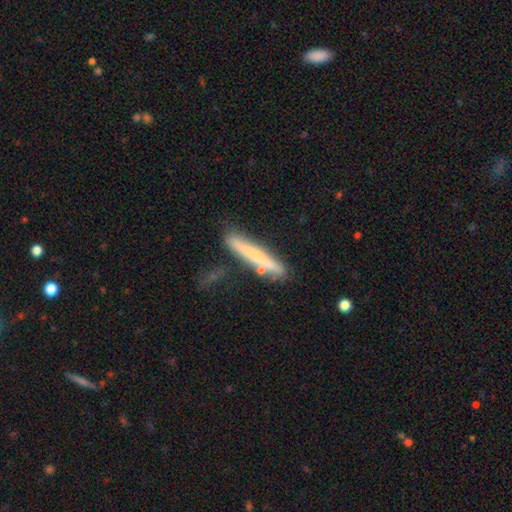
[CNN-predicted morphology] Smooth or featured: smooth — 55% (featured or disk — 39%)
How rounded: cigar-shaped — 95% (in between — 4%)
Merging: none — 76% (minor disturbance — 15%)